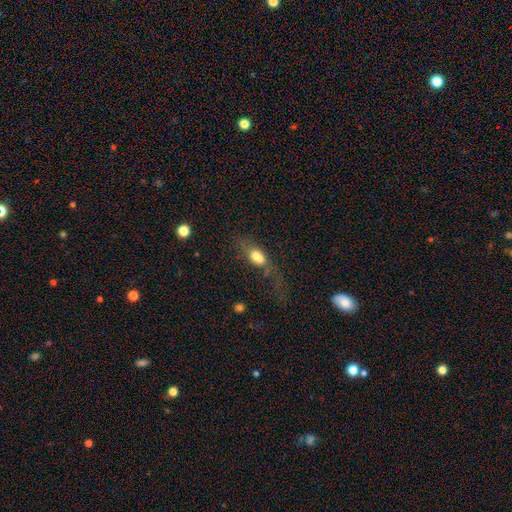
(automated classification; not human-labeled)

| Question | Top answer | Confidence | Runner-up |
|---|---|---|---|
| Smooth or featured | smooth | 65% | featured or disk (24%) |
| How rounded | in between | 77% | cigar-shaped (11%) |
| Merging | merger | 32% | major disturbance (27%) |